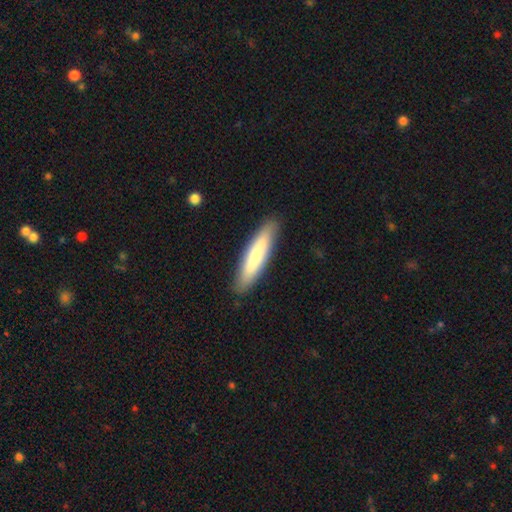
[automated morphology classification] smooth-or-featured: smooth: 69% | featured or disk: 25% | star or artifact: 7%
  how-rounded: cigar-shaped: 85% | in between: 14% | round: 1%
  merging: none: 89% | minor disturbance: 8% | major disturbance: 2% | merger: 1%